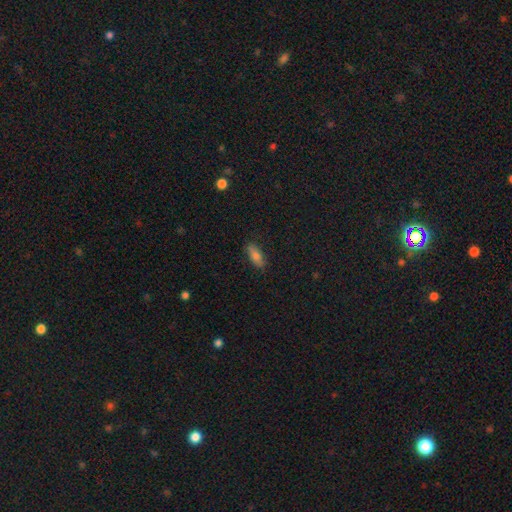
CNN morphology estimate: This is likely a smooth galaxy (73%). How rounded: likely in between (76%). Merging: clearly none (84%).